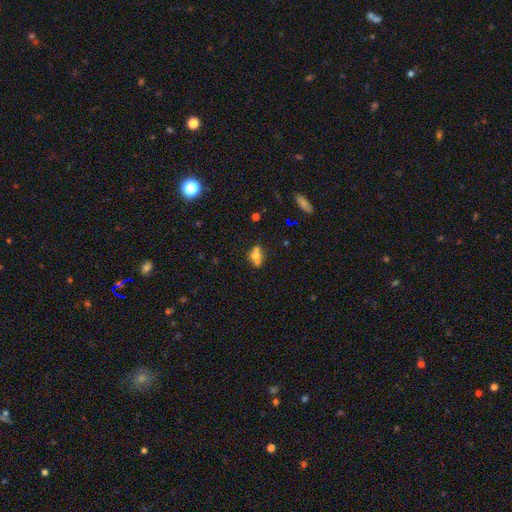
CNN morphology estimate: smooth 57%, featured or disk 28%, star or artifact 16%. Down the decision tree: how rounded — round (50%); merging — merger (49%).